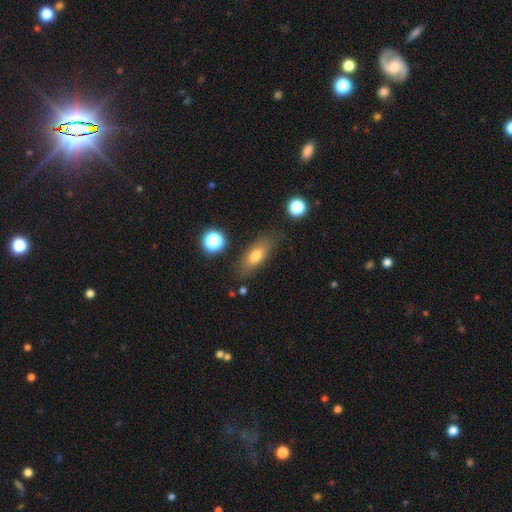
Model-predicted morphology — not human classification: smooth_or_featured: smooth (p=0.72) [alt: featured or disk p=0.18]
how_rounded: in between (p=0.69) [alt: cigar-shaped p=0.26]
merging: none (p=0.78) [alt: minor disturbance p=0.14]